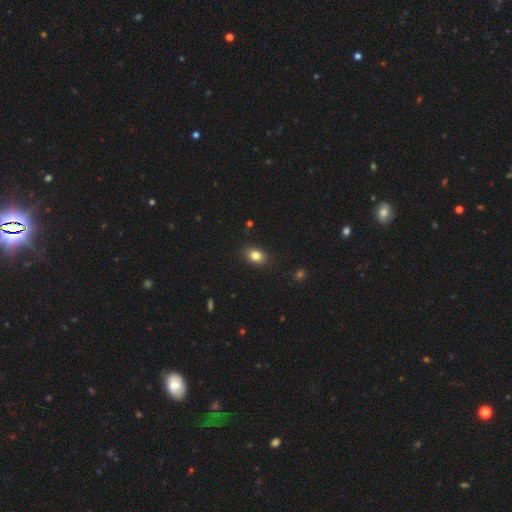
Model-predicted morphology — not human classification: A smooth galaxy with no disk features (83%) that is in between round and cigar-shaped (73%).

Vote fractions:
- Smooth or featured? smooth: 83% / star or artifact: 10% / featured or disk: 7%
- How rounded? in between: 73% / round: 26% / cigar-shaped: 1%
- Merging? none: 88% / minor disturbance: 9% / major disturbance: 2% / merger: 1%